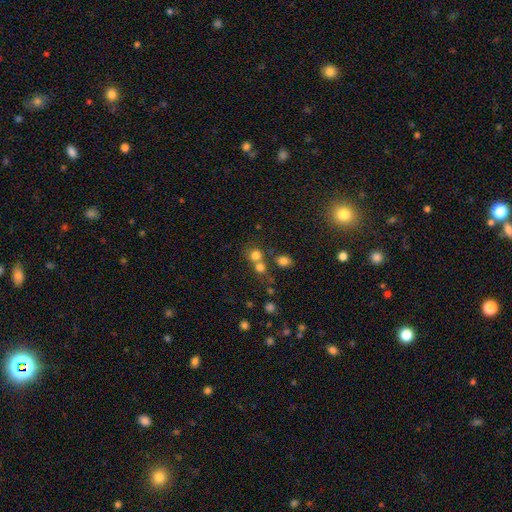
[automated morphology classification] Smooth or featured? smooth (74%)
How rounded? round (84%)
Merging? none (46%)